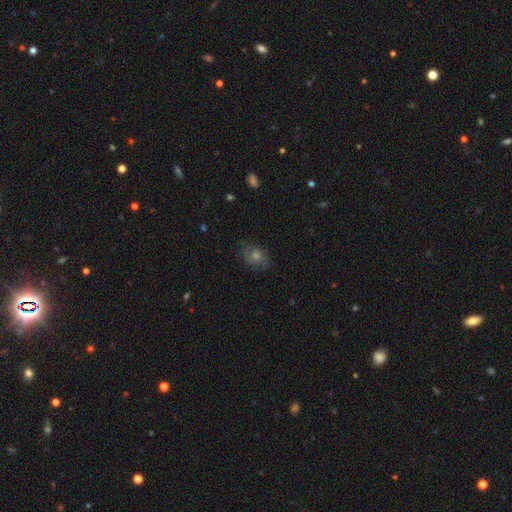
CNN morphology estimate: Smooth or featured? featured or disk (50%)
Merging? none (79%)